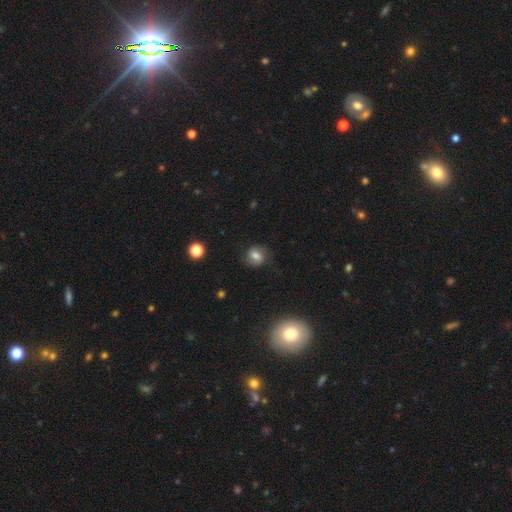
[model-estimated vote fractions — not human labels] Smooth or featured? Predicted: smooth (p=0.65). How rounded? Predicted: round (p=0.59). Merging? Predicted: none (p=0.74).